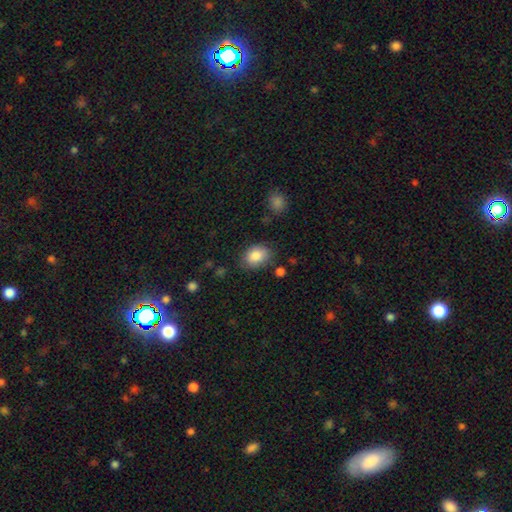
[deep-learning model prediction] A smooth galaxy with no disk features (86%) that is in between round and cigar-shaped (78%). Merging: none (76%).